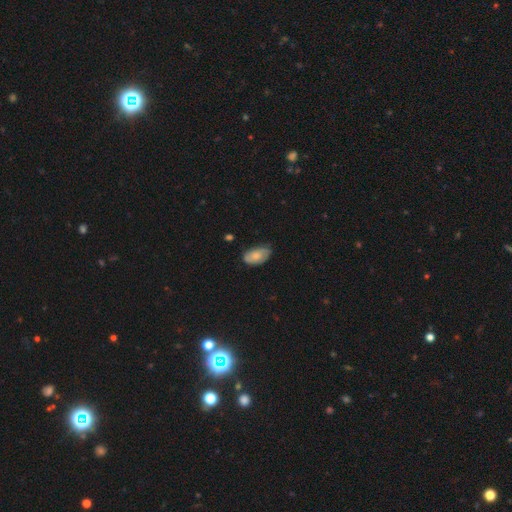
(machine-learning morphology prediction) smooth-or-featured: smooth: 70% | featured or disk: 23% | star or artifact: 7%
  how-rounded: in between: 93% | round: 4% | cigar-shaped: 2%
  merging: none: 62% | minor disturbance: 31% | major disturbance: 5% | merger: 2%